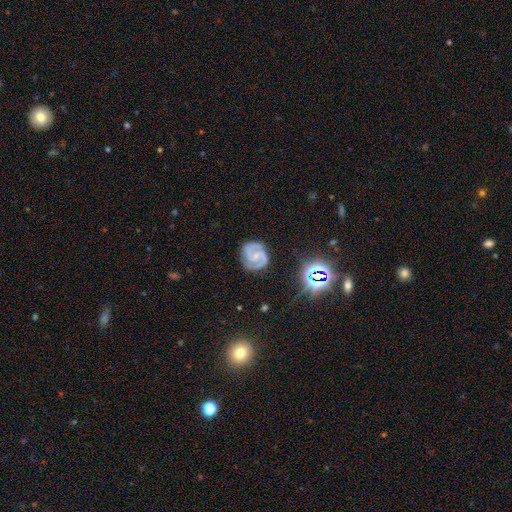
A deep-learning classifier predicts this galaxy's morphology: This is clearly a featured or disk galaxy (87%). It is clearly not viewed edge-on (98%). Bar: possibly no (46%). Spiral arm pattern: clearly yes (98%). Spiral arm count: clearly 2 (86%). Spiral winding: possibly tight (50%). Central bulge: possibly small (58%). Merging: likely none (78%).